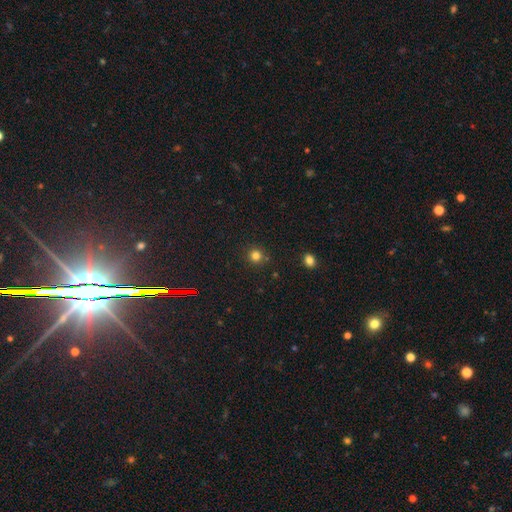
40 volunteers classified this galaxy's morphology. type=smooth (82%); roundness=round (94%); merging=none (83%).